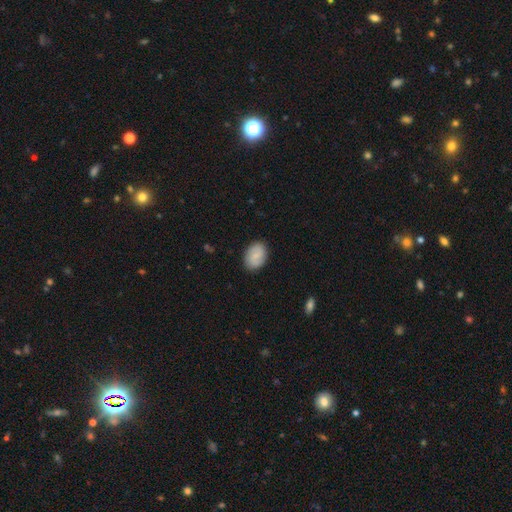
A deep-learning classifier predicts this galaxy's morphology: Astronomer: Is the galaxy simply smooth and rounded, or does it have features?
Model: smooth — 61%.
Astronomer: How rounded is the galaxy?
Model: in between — 74%.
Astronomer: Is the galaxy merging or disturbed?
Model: none — 86%.